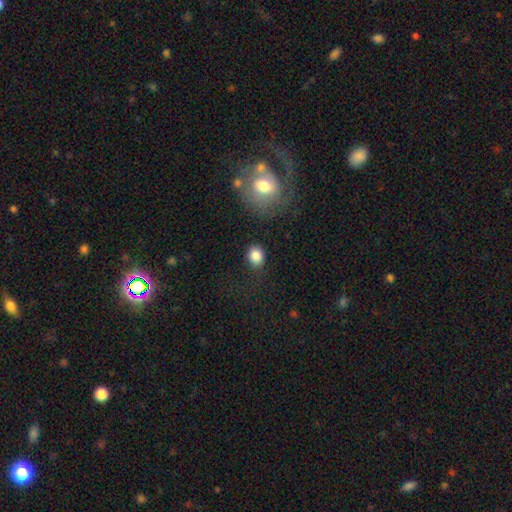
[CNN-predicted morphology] Smooth or featured? smooth (85%)
How rounded? round (62%)
Merging? none (79%)